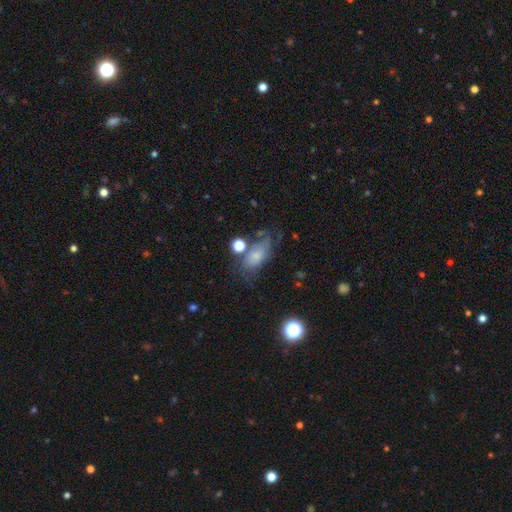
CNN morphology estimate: Smooth or featured?
  - smooth: 57% *
  - featured or disk: 31%
  - star or artifact: 12%
How rounded?
  - in between: 82% *
  - round: 12%
  - cigar-shaped: 5%
Merging?
  - none: 40% *
  - minor disturbance: 25%
  - major disturbance: 24%
  - merger: 11%